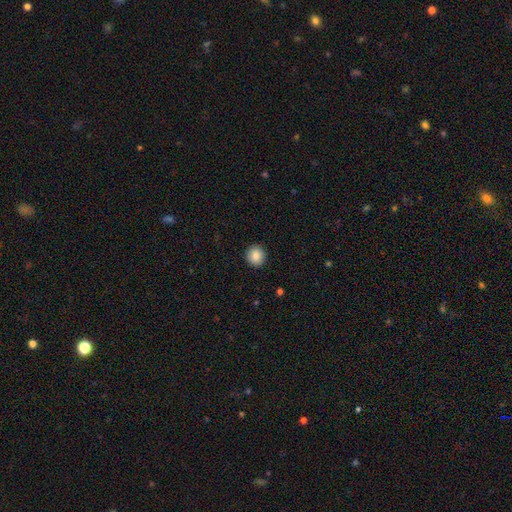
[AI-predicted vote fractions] Morphology: type=smooth (85%); roundness=round (93%); merging=none (92%).